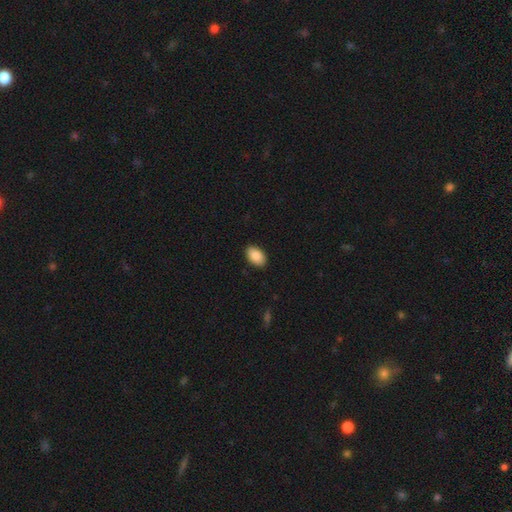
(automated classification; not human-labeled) smooth 89%, star or artifact 7%, featured or disk 4%. Down the decision tree: how rounded — in between (91%); merging — none (89%).